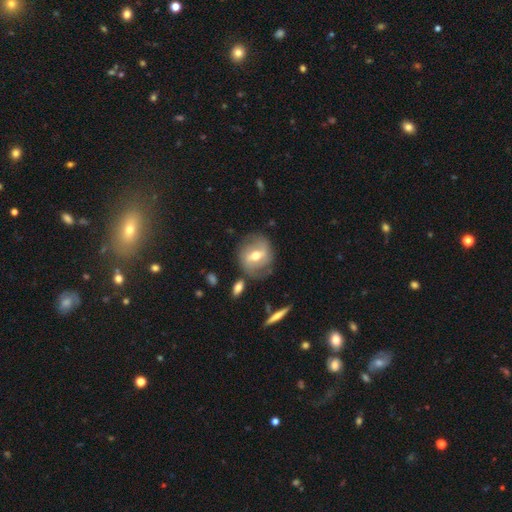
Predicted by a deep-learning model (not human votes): Q: Smooth or featured?
A: featured or disk (65%); runner-up: smooth (28%)
Q: Edge-on disk?
A: no (90%); runner-up: yes (10%)
Q: Bar?
A: weak (43%); runner-up: strong (41%)
Q: Spiral arms?
A: yes (68%); runner-up: no (32%)
Q: Bulge size?
A: moderate (74%); runner-up: small (16%)
Q: Merging?
A: none (75%); runner-up: minor disturbance (15%)